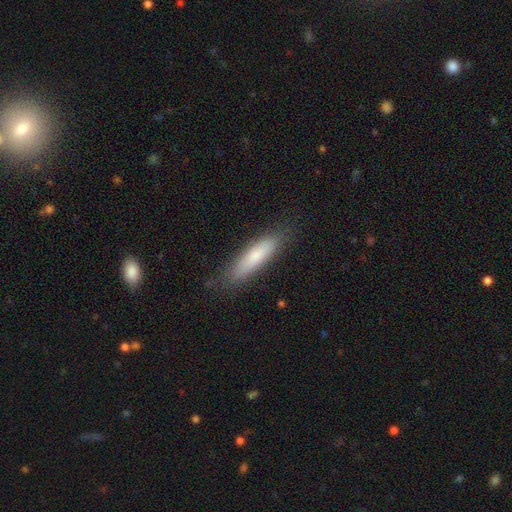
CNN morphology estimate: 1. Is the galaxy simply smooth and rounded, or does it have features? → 77% smooth, 17% featured or disk, 6% star or artifact.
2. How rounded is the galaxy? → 73% cigar-shaped, 26% in between, 1% round.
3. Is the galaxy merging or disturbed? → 83% none, 13% minor disturbance, 3% major disturbance, 1% merger.